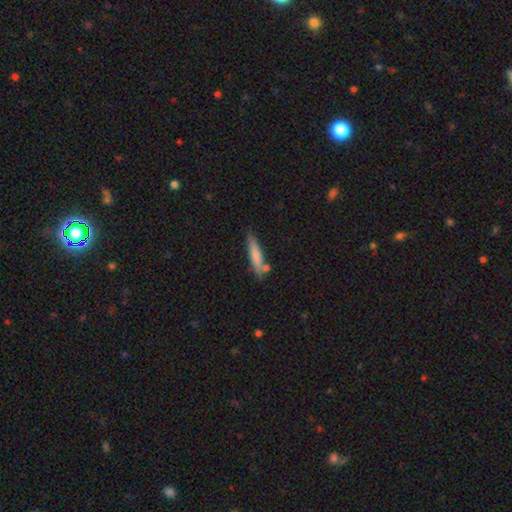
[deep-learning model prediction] Overall: smooth (76%). How rounded: cigar-shaped (84%). Merging: none (73%).